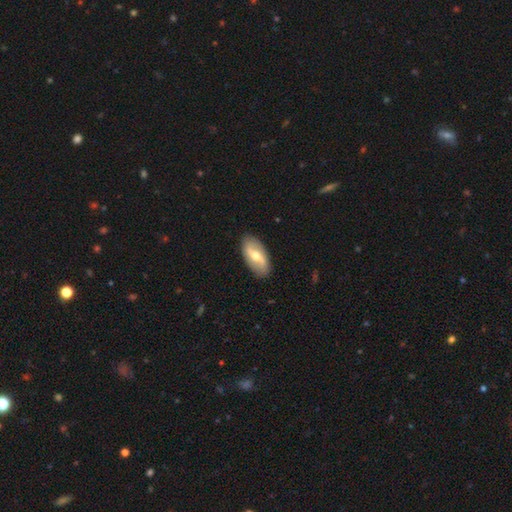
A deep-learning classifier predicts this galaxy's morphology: smooth_or_featured: featured or disk (p=0.60) [alt: smooth p=0.35]
disk_edge_on: no (p=0.89) [alt: yes p=0.11]
bar: weak (p=0.44) [alt: strong p=0.34]
has_spiral_arms: yes (p=0.63) [alt: no p=0.37]
bulge_size: moderate (p=0.72) [alt: small p=0.21]
merging: none (p=0.88) [alt: minor disturbance p=0.09]